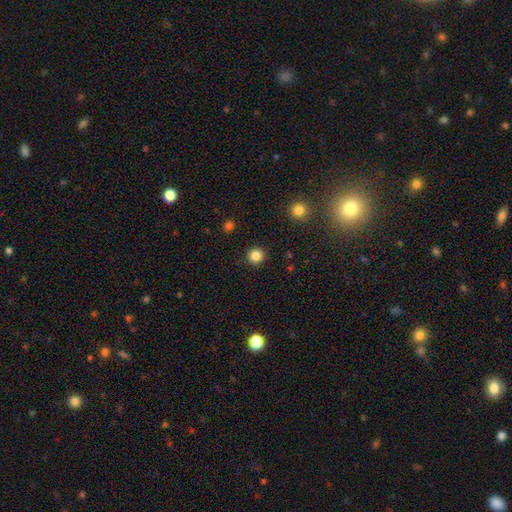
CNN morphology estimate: Q: Smooth or featured?
A: smooth (85%); runner-up: star or artifact (11%)
Q: How rounded?
A: round (94%); runner-up: in between (5%)
Q: Merging?
A: none (92%); runner-up: minor disturbance (5%)